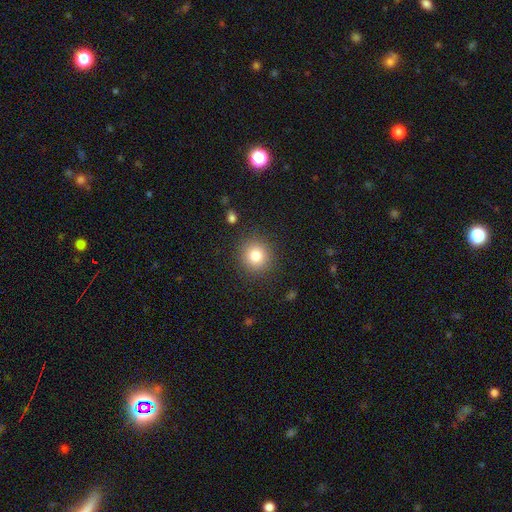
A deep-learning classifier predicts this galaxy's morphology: This is clearly a smooth galaxy (81%). How rounded: clearly round (91%). Merging: clearly none (89%).